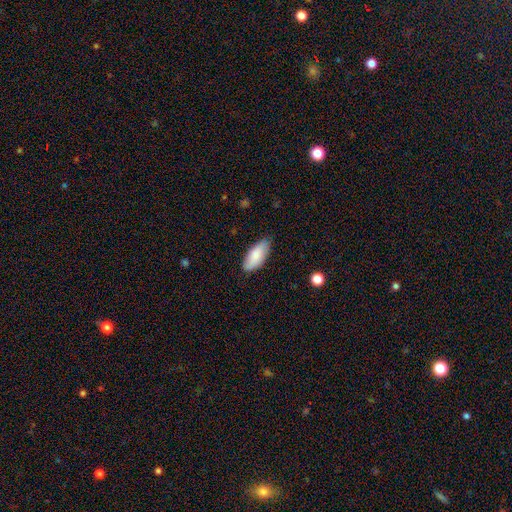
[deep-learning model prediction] Smooth or featured?
  - smooth: 82% *
  - featured or disk: 12%
  - star or artifact: 6%
How rounded?
  - in between: 88% *
  - cigar-shaped: 10%
  - round: 2%
Merging?
  - none: 78% *
  - minor disturbance: 18%
  - major disturbance: 3%
  - merger: 1%